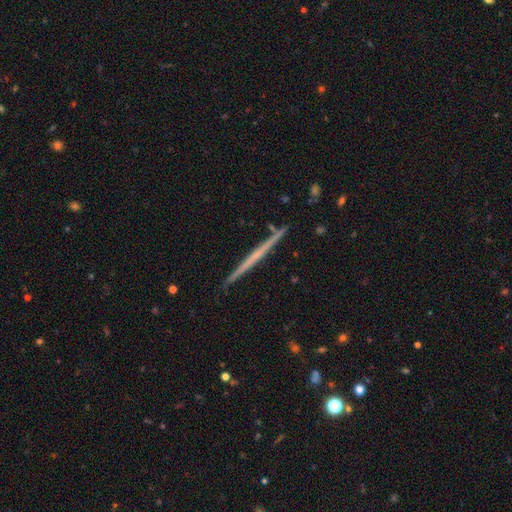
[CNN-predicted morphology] A featured or disk galaxy (66%) viewed edge-on (98%) with no central bulge (84%). Merging: none (91%).